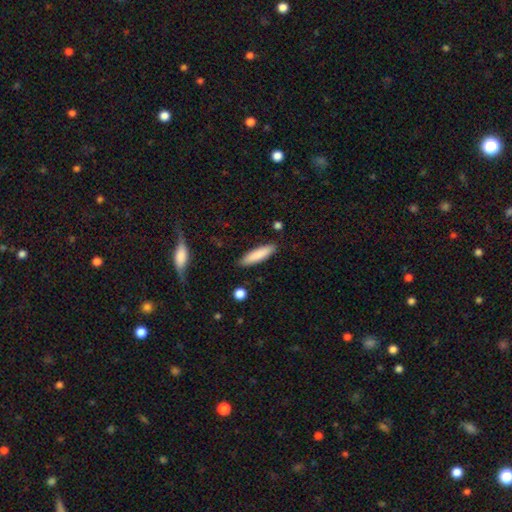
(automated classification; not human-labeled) This appears to be a smooth galaxy with no disk features (84%) that is cigar-shaped (72%). Merging: none (87%).